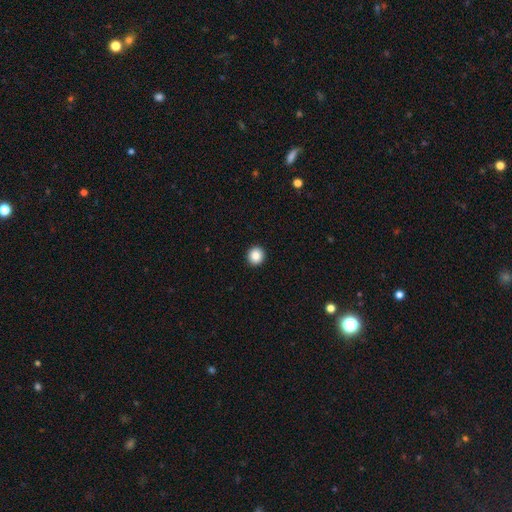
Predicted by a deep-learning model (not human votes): A smooth galaxy with no disk features (87%) that is round (91%).

Vote fractions:
- Smooth or featured? smooth: 87% / star or artifact: 9% / featured or disk: 4%
- How rounded? round: 91% / in between: 8% / cigar-shaped: 1%
- Merging? none: 94% / minor disturbance: 4% / major disturbance: 1% / merger: 1%